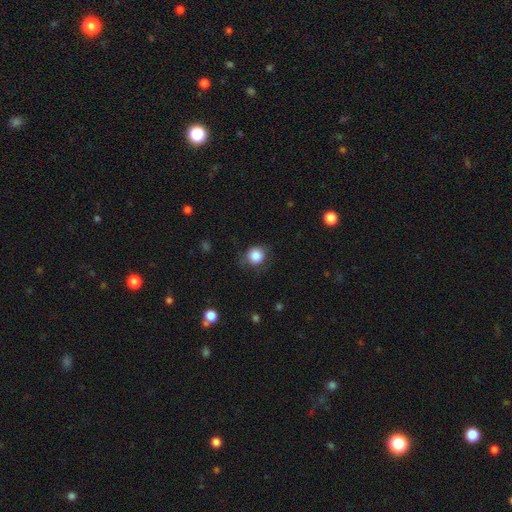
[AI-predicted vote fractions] smooth-or-featured: smooth: 85% | star or artifact: 10% | featured or disk: 6%
  how-rounded: round: 85% | in between: 14% | cigar-shaped: 1%
  merging: none: 73% | minor disturbance: 19% | major disturbance: 6% | merger: 1%